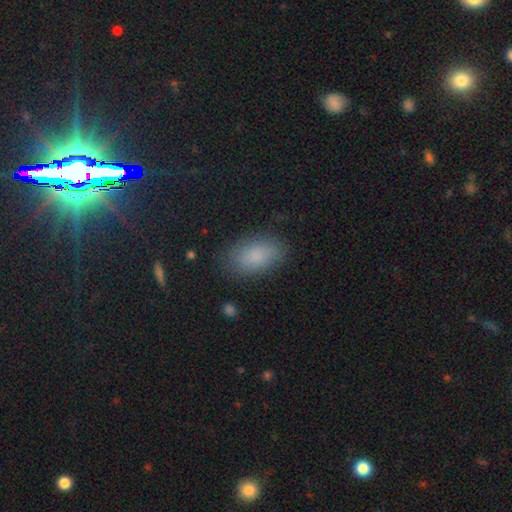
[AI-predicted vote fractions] Overall: smooth (84%). How rounded: in between (92%). Merging: none (82%).